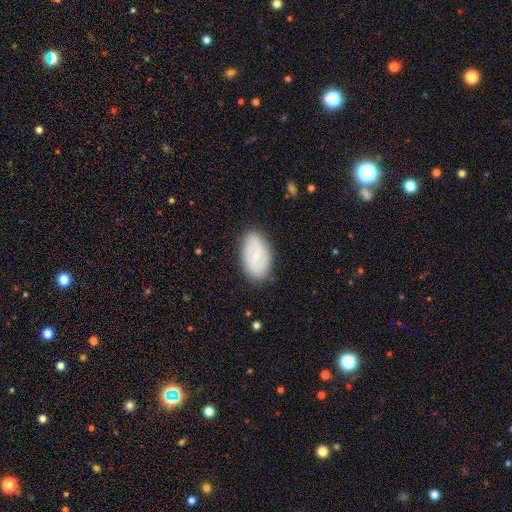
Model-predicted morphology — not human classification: smooth_or_featured: featured or disk (p=0.49) [alt: smooth p=0.44]
merging: none (p=0.82) [alt: minor disturbance p=0.14]